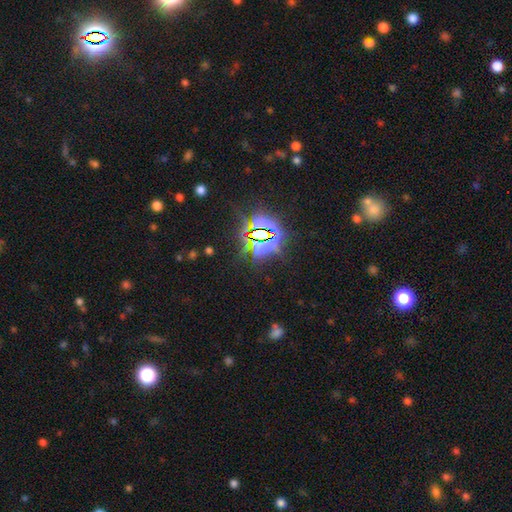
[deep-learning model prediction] Smooth or featured? star or artifact (84%)